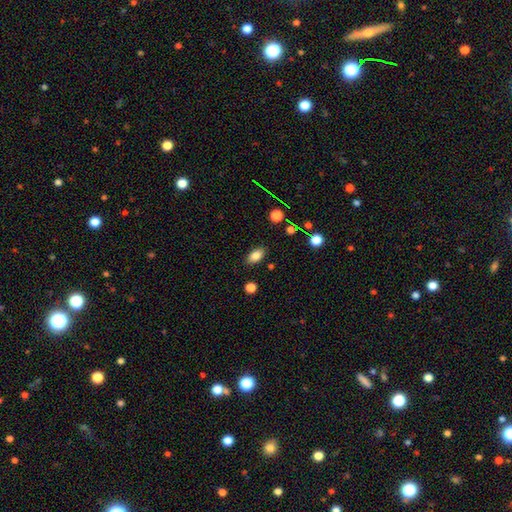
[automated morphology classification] Smooth or featured? Predicted: smooth (p=0.83). How rounded? Predicted: in between (p=0.89). Merging? Predicted: none (p=0.86).